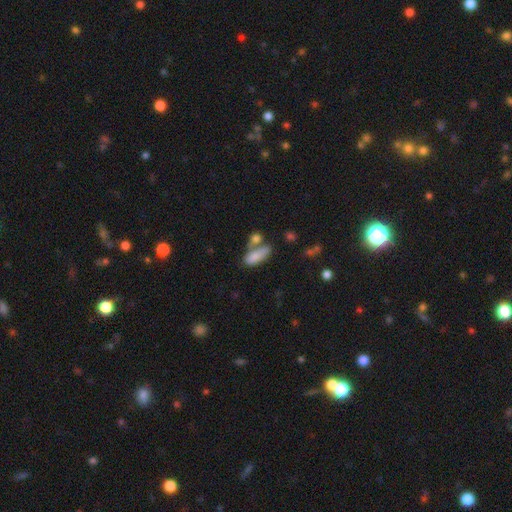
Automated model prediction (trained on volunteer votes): Smooth or featured? Predicted: smooth (p=0.80). How rounded? Predicted: in between (p=0.75). Merging? Predicted: none (p=0.39).